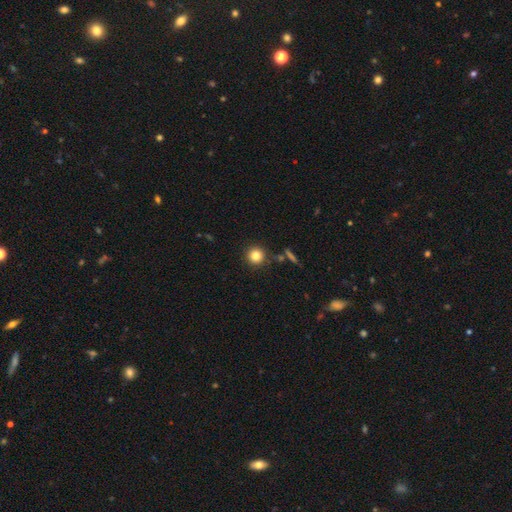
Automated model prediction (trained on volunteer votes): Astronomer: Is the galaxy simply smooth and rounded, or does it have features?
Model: smooth — 82%.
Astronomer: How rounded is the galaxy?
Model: round — 95%.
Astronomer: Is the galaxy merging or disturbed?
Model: none — 88%.